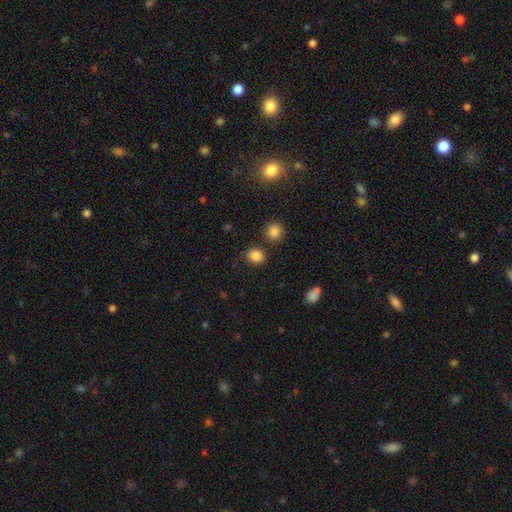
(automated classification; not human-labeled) smooth-or-featured: smooth: 84% | star or artifact: 12% | featured or disk: 4%
  how-rounded: round: 62% | in between: 37% | cigar-shaped: 1%
  merging: none: 78% | minor disturbance: 11% | merger: 7% | major disturbance: 4%